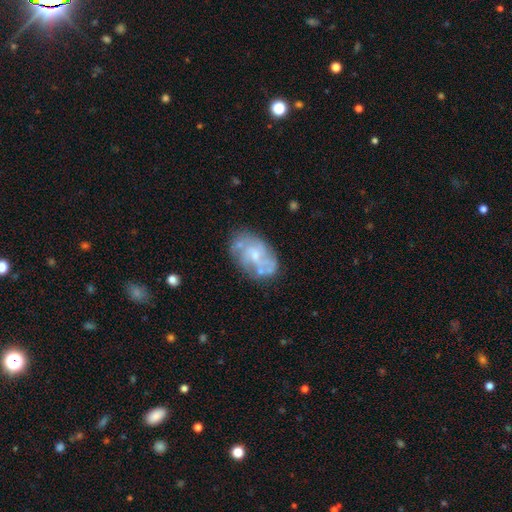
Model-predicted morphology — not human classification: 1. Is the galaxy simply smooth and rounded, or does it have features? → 71% featured or disk, 22% smooth, 7% star or artifact.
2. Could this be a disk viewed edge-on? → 97% no, 3% yes.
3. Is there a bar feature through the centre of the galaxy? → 69% no, 28% weak, 4% strong.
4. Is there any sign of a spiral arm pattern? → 72% yes, 28% no.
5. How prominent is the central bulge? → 51% small, 37% moderate, 9% none, 2% large, 1% dominant.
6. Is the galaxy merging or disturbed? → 65% none, 21% minor disturbance, 9% major disturbance, 5% merger.